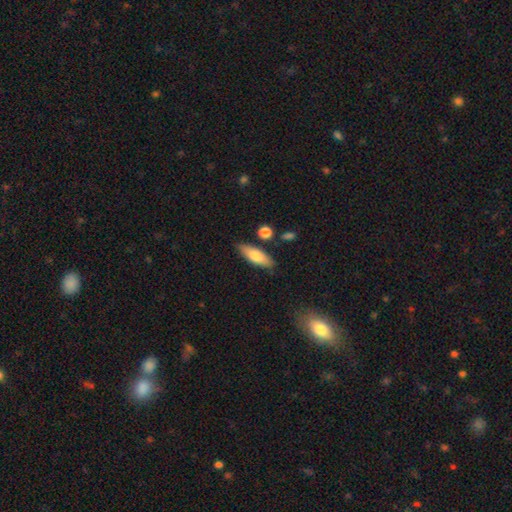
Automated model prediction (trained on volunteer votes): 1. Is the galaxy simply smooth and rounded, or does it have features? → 75% smooth, 18% featured or disk, 6% star or artifact.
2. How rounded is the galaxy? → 62% in between, 36% cigar-shaped, 2% round.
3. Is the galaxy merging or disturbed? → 81% none, 12% minor disturbance, 4% merger, 2% major disturbance.